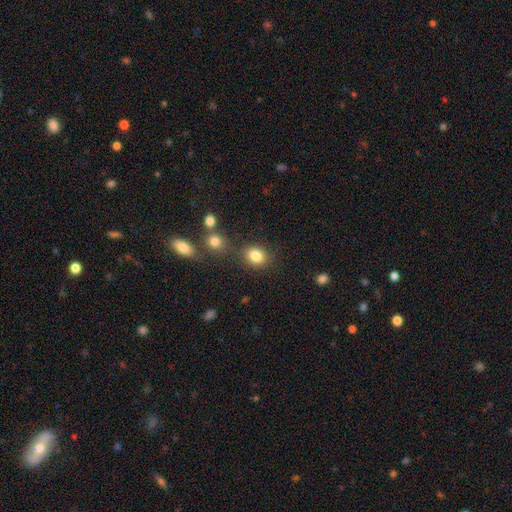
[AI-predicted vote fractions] smooth-or-featured: smooth: 83% | star or artifact: 11% | featured or disk: 6%
  how-rounded: in between: 53% | round: 46% | cigar-shaped: 1%
  merging: none: 74% | minor disturbance: 13% | merger: 9% | major disturbance: 5%